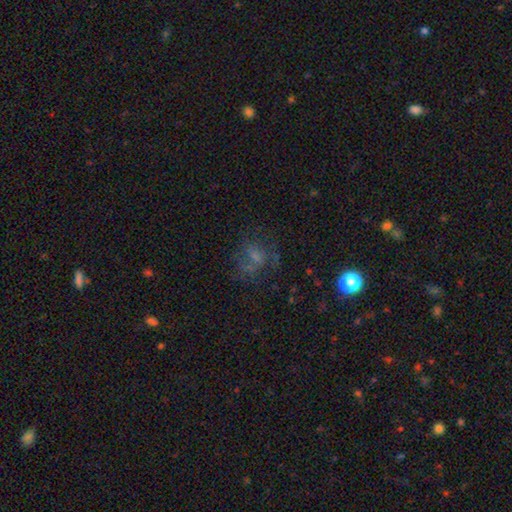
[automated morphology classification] A featured or disk galaxy (43%).

Vote fractions:
- Smooth or featured? featured or disk: 43% / smooth: 34% / star or artifact: 23%
- Merging? none: 51% / major disturbance: 27% / minor disturbance: 18% / merger: 4%